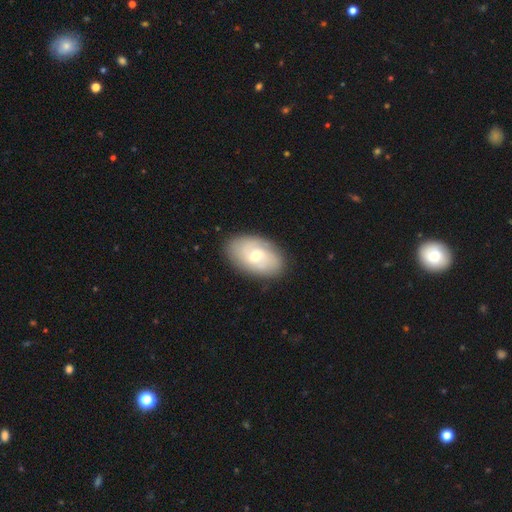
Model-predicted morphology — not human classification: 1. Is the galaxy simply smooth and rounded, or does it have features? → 47% featured or disk, 46% smooth, 7% star or artifact.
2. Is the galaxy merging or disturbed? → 84% none, 12% minor disturbance, 3% major disturbance, 1% merger.